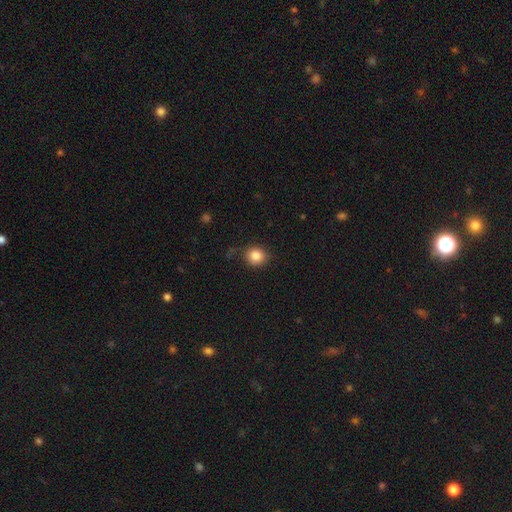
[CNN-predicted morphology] This is clearly a smooth galaxy (85%). How rounded: clearly round (85%). Merging: clearly none (82%).